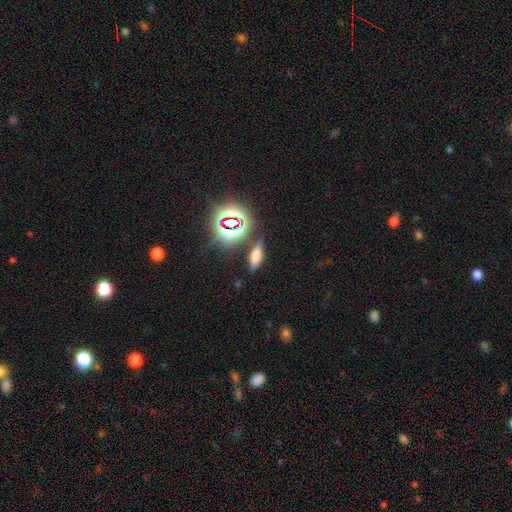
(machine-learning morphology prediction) type=smooth (59%); roundness=in between (54%); merging=none (76%).